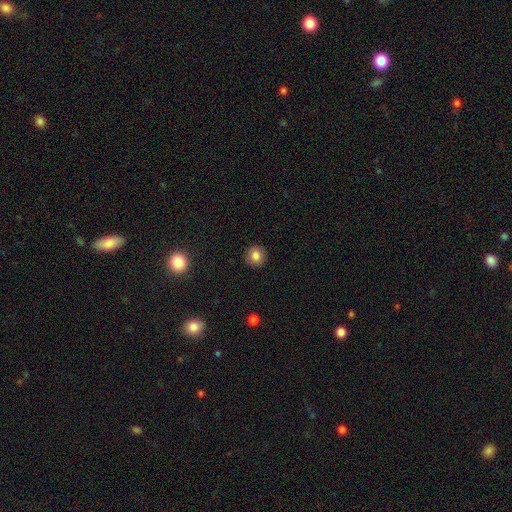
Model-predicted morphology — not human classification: The model was most divided on "smooth or featured": smooth: 83%, star or artifact: 10%, featured or disk: 7%. More confident: how rounded — round (91%); merging — none (91%).